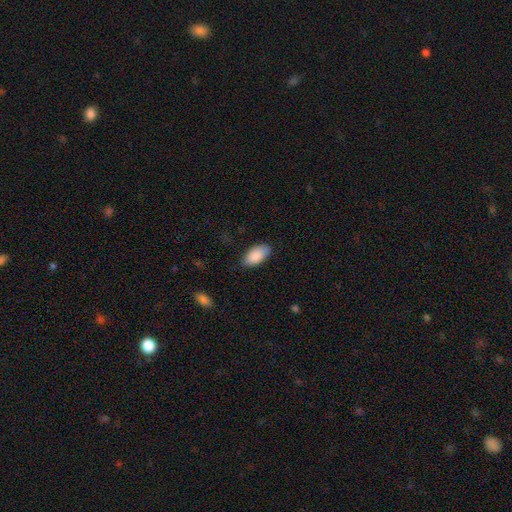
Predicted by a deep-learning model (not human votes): Q: Smooth or featured?
A: smooth (88%); runner-up: featured or disk (6%)
Q: How rounded?
A: in between (95%); runner-up: cigar-shaped (3%)
Q: Merging?
A: none (80%); runner-up: minor disturbance (15%)